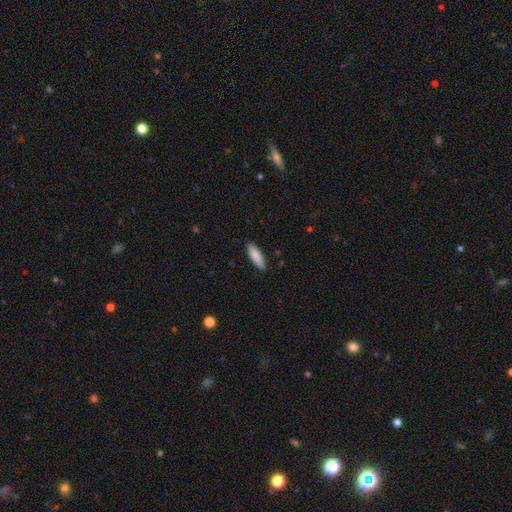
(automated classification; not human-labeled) Smooth or featured: smooth — 86% (featured or disk — 8%)
How rounded: in between — 54% (cigar-shaped — 44%)
Merging: none — 88% (minor disturbance — 10%)